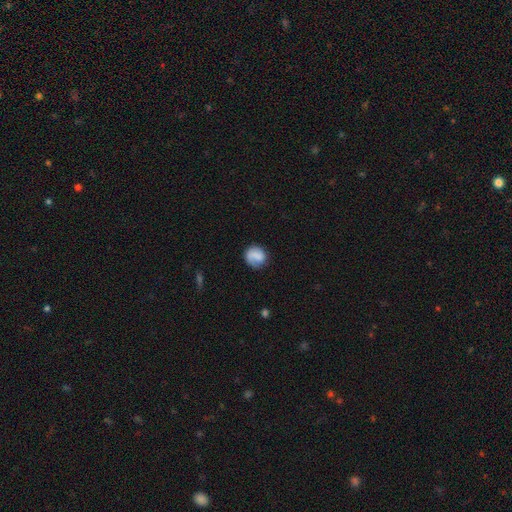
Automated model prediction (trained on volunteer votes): Smooth or featured: smooth — 68% (featured or disk — 24%)
How rounded: round — 81% (in between — 18%)
Merging: none — 68% (minor disturbance — 19%)